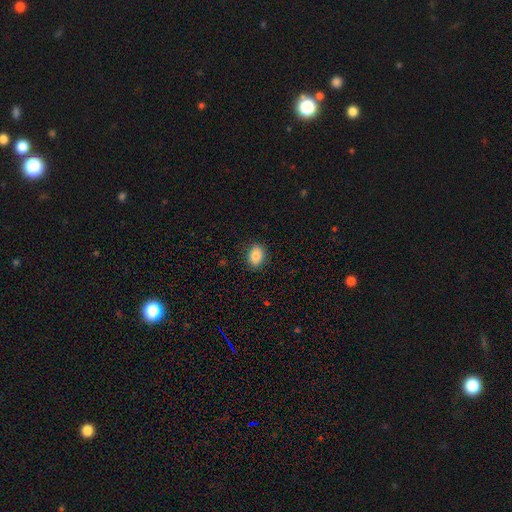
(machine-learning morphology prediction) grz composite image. It shows a smooth galaxy with no disk features (85%) that is in between round and cigar-shaped (66%). Merging: none (87%).